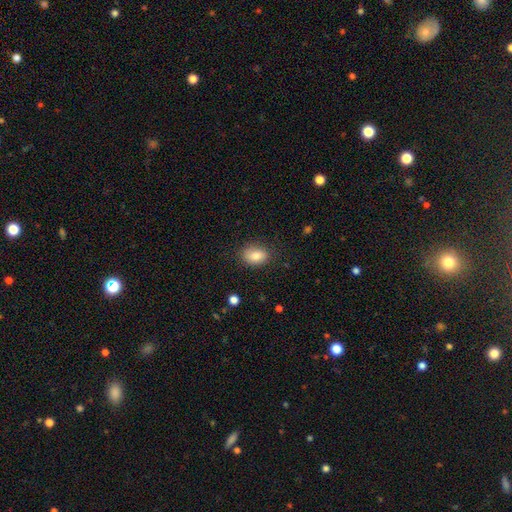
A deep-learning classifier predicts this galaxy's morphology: Smooth or featured?
  - smooth: 85% *
  - star or artifact: 8%
  - featured or disk: 7%
How rounded?
  - in between: 82% *
  - round: 17%
  - cigar-shaped: 1%
Merging?
  - none: 80% *
  - minor disturbance: 15%
  - major disturbance: 4%
  - merger: 1%